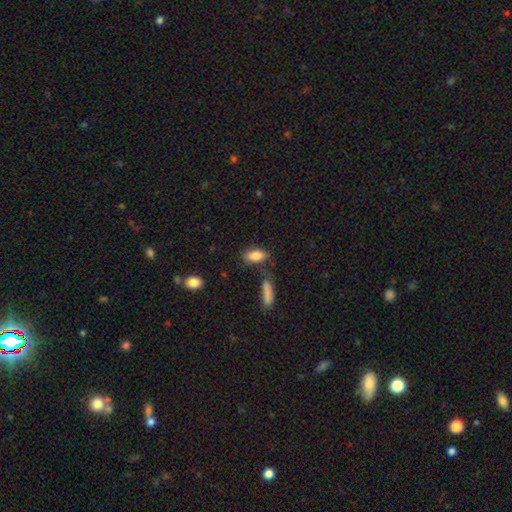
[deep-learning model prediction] A smooth galaxy with no disk features (84%) that is in between round and cigar-shaped (83%).

Vote fractions:
- Smooth or featured? smooth: 84% / featured or disk: 8% / star or artifact: 8%
- How rounded? in between: 83% / cigar-shaped: 13% / round: 4%
- Merging? none: 68% / minor disturbance: 16% / merger: 11% / major disturbance: 5%